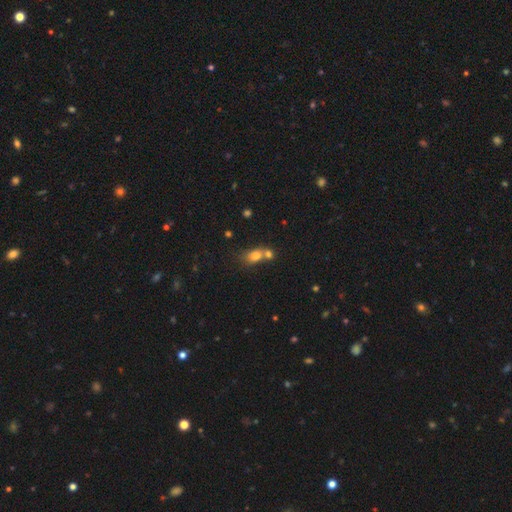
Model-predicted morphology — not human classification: The model was most divided on "merging": merger: 53%, none: 32%, minor disturbance: 10%, major disturbance: 5%. More confident: smooth or featured — smooth (75%); how rounded — in between (65%).